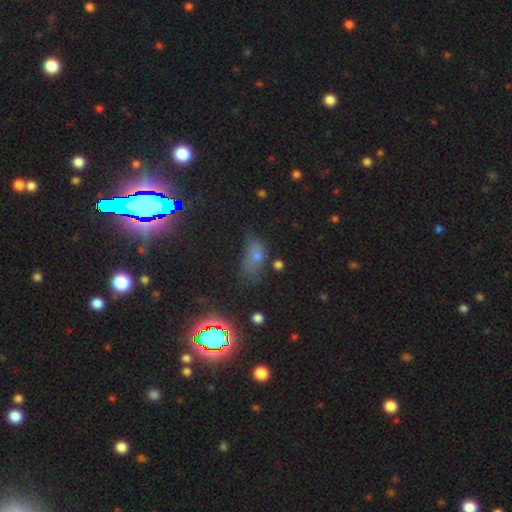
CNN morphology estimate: A smooth galaxy with no disk features (49%). Merging: none (53%).